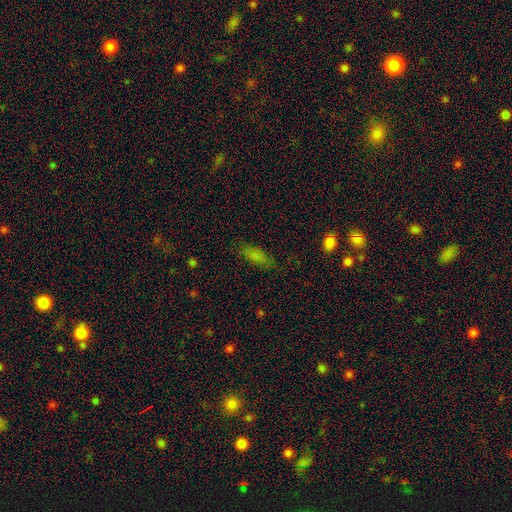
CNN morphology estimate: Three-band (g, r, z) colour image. It shows a smooth galaxy with no disk features (79%) that is in between round and cigar-shaped (73%). Merging: none (74%).